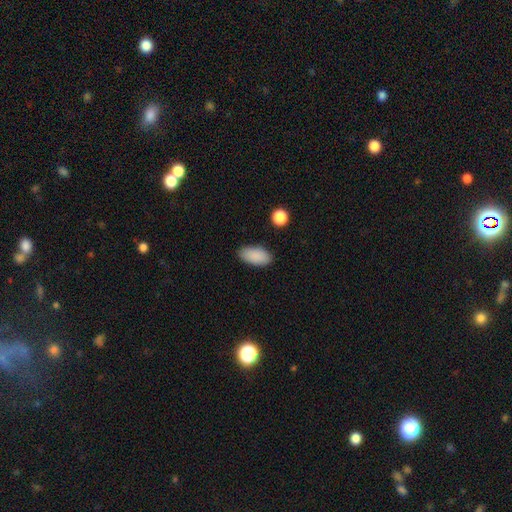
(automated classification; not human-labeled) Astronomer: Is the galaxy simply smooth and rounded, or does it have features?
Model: smooth — 89%.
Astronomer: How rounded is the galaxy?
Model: in between — 92%.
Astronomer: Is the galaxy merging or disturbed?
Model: none — 86%.